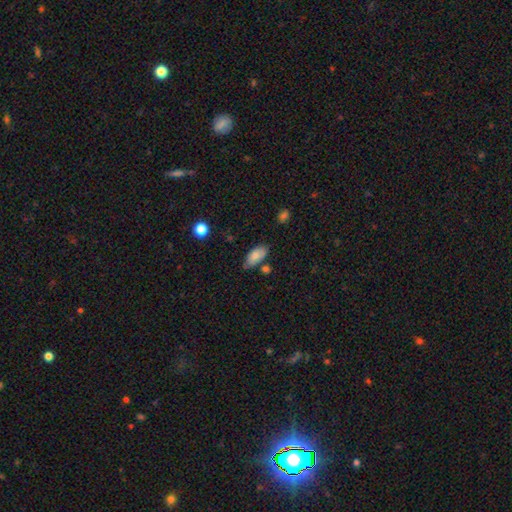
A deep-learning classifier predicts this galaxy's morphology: Smooth or featured? smooth (81%)
How rounded? in between (91%)
Merging? none (64%)